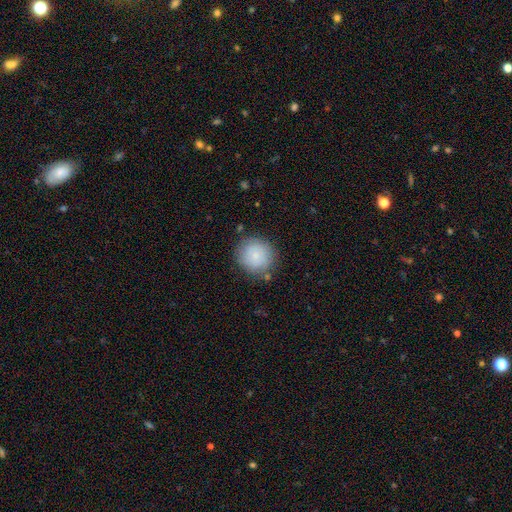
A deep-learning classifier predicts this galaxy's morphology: This appears to be a smooth galaxy with no disk features (79%) that is round (92%). Merging: none (79%).